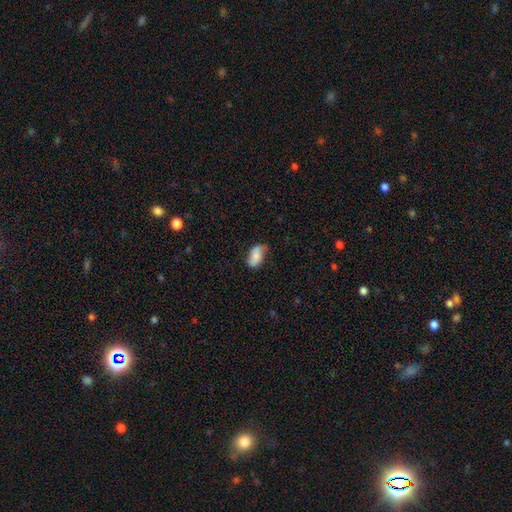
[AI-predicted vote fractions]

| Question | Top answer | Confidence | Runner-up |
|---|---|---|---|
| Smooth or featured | smooth | 68% | featured or disk (25%) |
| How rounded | in between | 92% | round (4%) |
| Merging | none | 60% | minor disturbance (30%) |